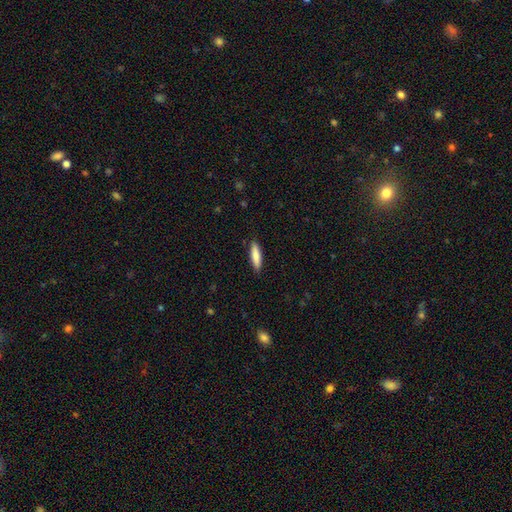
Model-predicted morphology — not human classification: smooth 80%, featured or disk 14%, star or artifact 6%. Down the decision tree: how rounded — cigar-shaped (70%); merging — none (89%).